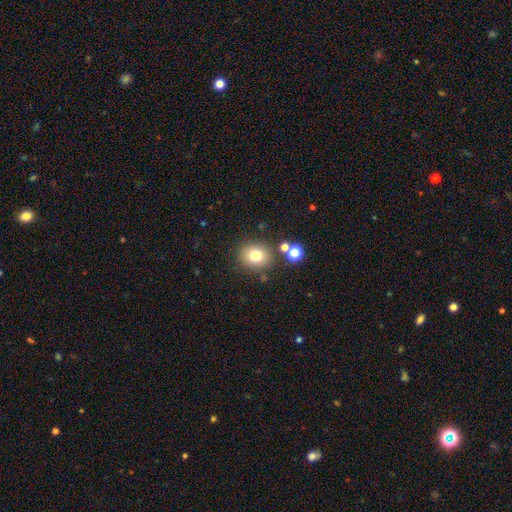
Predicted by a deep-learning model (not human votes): smooth-or-featured: smooth: 77% | star or artifact: 14% | featured or disk: 10%
  how-rounded: round: 72% | in between: 28% | cigar-shaped: 1%
  merging: none: 80% | minor disturbance: 10% | merger: 7% | major disturbance: 4%